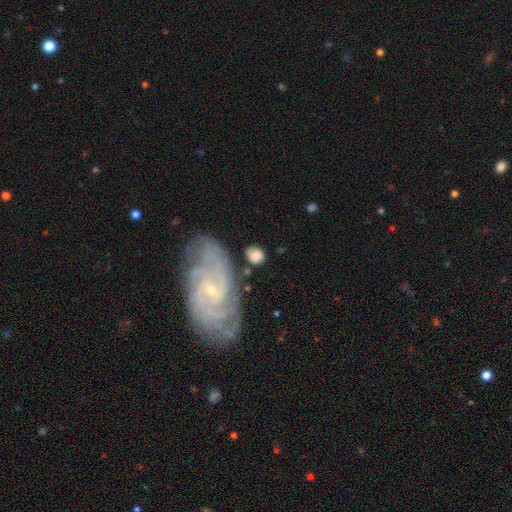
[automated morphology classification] Smooth or featured?
  - smooth: 62% *
  - featured or disk: 31%
  - star or artifact: 7%
How rounded?
  - round: 57% *
  - in between: 41%
  - cigar-shaped: 2%
Merging?
  - none: 66% *
  - minor disturbance: 17%
  - merger: 10%
  - major disturbance: 8%